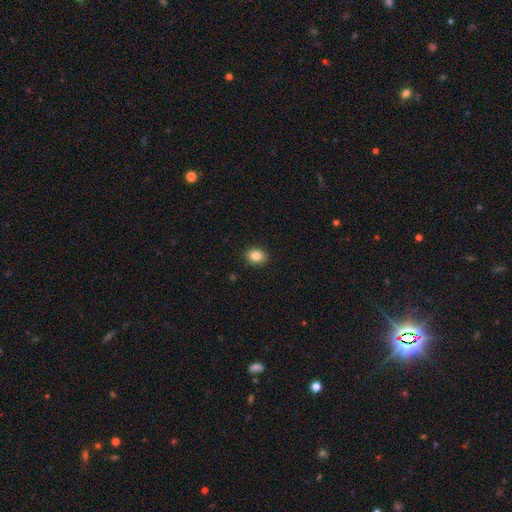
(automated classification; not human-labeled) Smooth or featured? smooth (84%)
How rounded? round (51%)
Merging? none (91%)